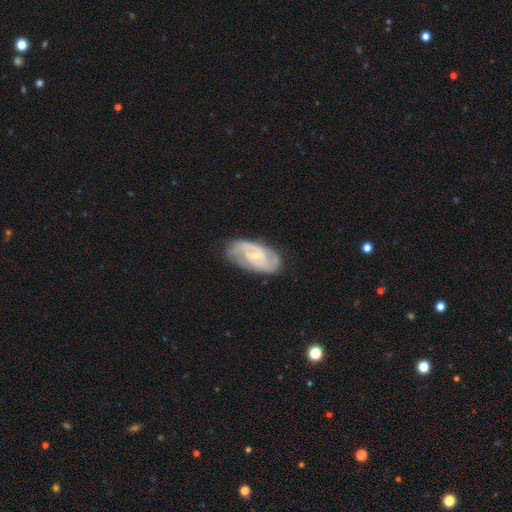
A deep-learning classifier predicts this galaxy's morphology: Smooth or featured?
  - featured or disk: 83% *
  - smooth: 12%
  - star or artifact: 5%
Edge-on disk?
  - no: 96% *
  - yes: 4%
Bar?
  - weak: 51% *
  - no: 35%
  - strong: 14%
Spiral arms?
  - yes: 95% *
  - no: 5%
Spiral winding?
  - medium: 45% *
  - tight: 44%
  - loose: 11%
Spiral arm count?
  - 2: 73% *
  - can't tell: 13%
  - 3: 8%
  - 1: 2%
  - 4: 2%
  - more than 4: 2%
Bulge size?
  - small: 71% *
  - moderate: 22%
  - none: 5%
  - large: 1%
  - dominant: 1%
Merging?
  - none: 76% *
  - minor disturbance: 18%
  - major disturbance: 5%
  - merger: 1%